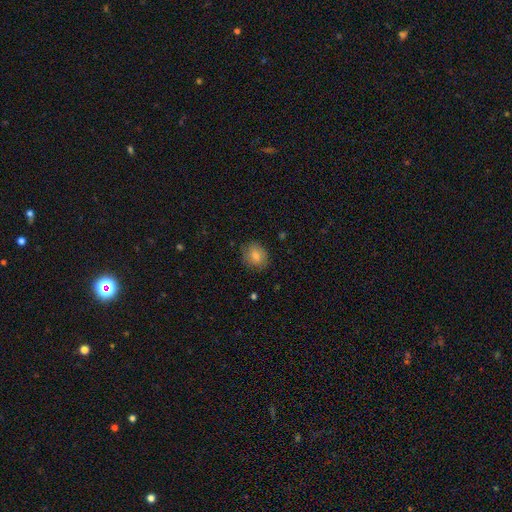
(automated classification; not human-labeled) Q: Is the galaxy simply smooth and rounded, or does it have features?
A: smooth — 78%.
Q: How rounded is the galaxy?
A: round — 69%.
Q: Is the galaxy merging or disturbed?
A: none — 83%.